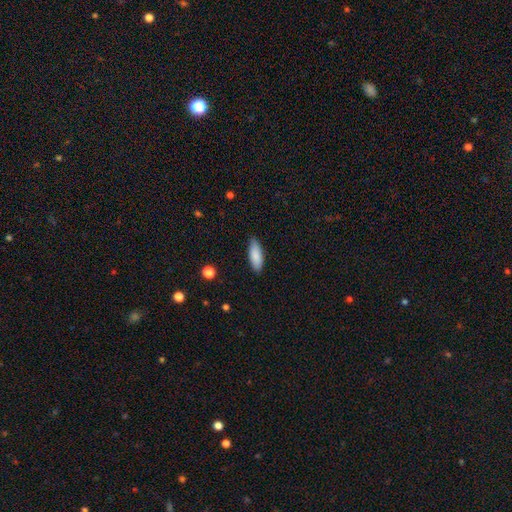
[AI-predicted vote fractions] A smooth galaxy with no disk features (86%) that is in between round and cigar-shaped (68%). Merging: none (85%).